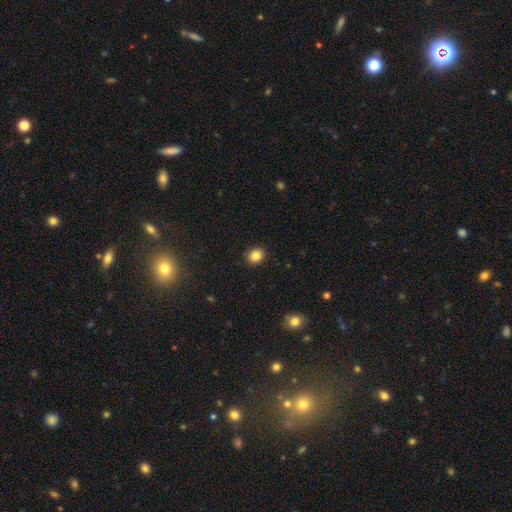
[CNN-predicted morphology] Smooth or featured?
  - smooth: 85% *
  - star or artifact: 11%
  - featured or disk: 4%
How rounded?
  - round: 75% *
  - in between: 24%
  - cigar-shaped: 1%
Merging?
  - none: 91% *
  - minor disturbance: 7%
  - major disturbance: 2%
  - merger: 1%